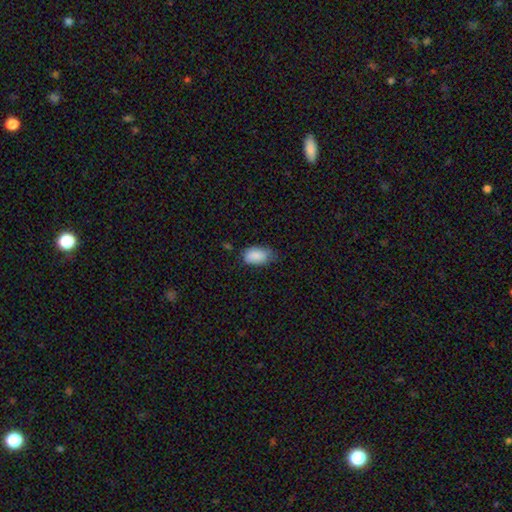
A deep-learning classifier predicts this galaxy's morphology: Overall: smooth (87%). How rounded: in between (92%). Merging: none (51%; minor disturbance 39%).